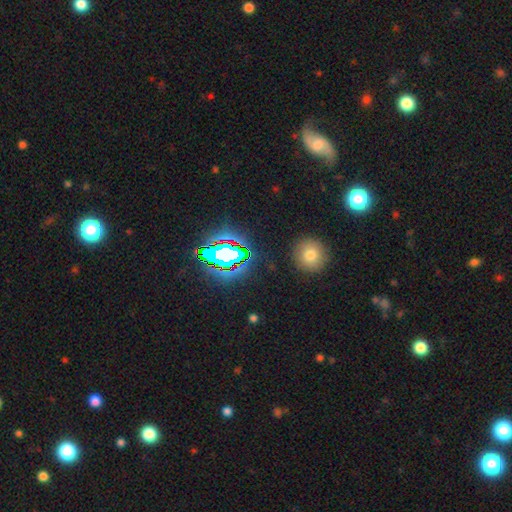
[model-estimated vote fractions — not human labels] Smooth or featured? Predicted: star or artifact (p=0.68).